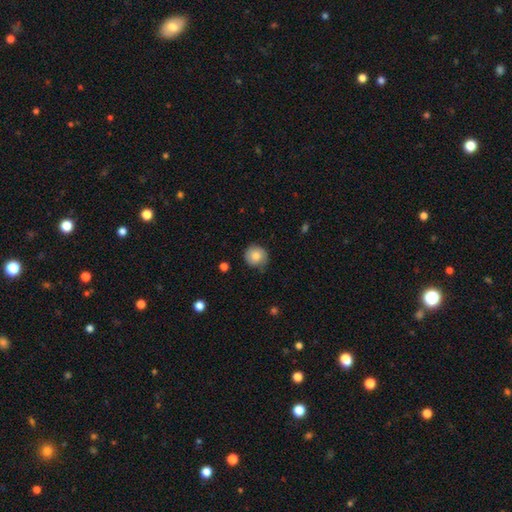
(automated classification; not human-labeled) Smooth or featured? Predicted: smooth (p=0.82). How rounded? Predicted: round (p=0.92). Merging? Predicted: none (p=0.79).